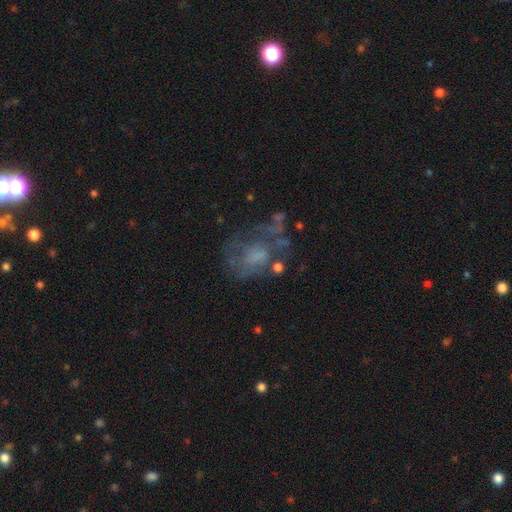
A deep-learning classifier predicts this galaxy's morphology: type=featured or disk (56%); edge-on=no (97%); bar=no (82%); spiral arms=no (70%); bulge=none (44%); merging=none (41%).